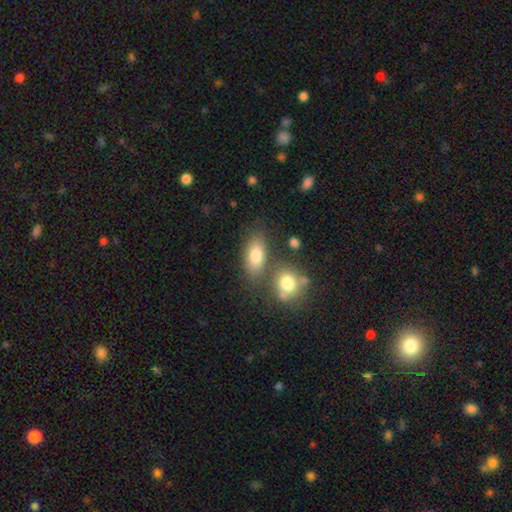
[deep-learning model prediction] A smooth galaxy with no disk features (78%) that is in between round and cigar-shaped (85%).

Vote fractions:
- Smooth or featured? smooth: 78% / featured or disk: 13% / star or artifact: 9%
- How rounded? in between: 85% / cigar-shaped: 8% / round: 8%
- Merging? none: 64% / merger: 20% / minor disturbance: 12% / major disturbance: 5%